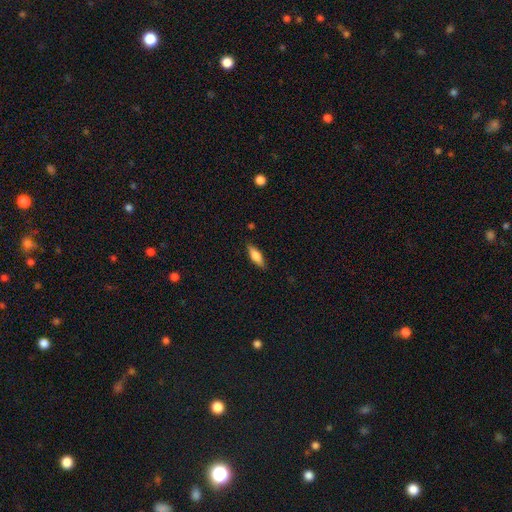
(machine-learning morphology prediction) A smooth galaxy with no disk features (74%) that is in between round and cigar-shaped (58%). Merging: none (84%).